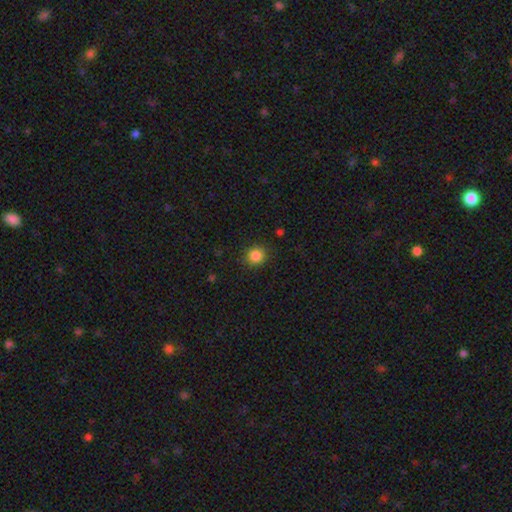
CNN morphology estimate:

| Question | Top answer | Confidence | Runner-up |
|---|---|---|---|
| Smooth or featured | smooth | 86% | star or artifact (11%) |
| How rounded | round | 89% | in between (10%) |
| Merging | none | 88% | minor disturbance (8%) |